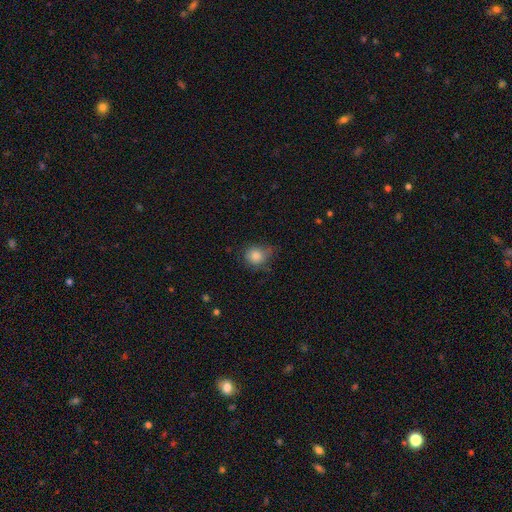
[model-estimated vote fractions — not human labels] smooth 83%, star or artifact 10%, featured or disk 7%. Down the decision tree: how rounded — round (78%); merging — none (57%).